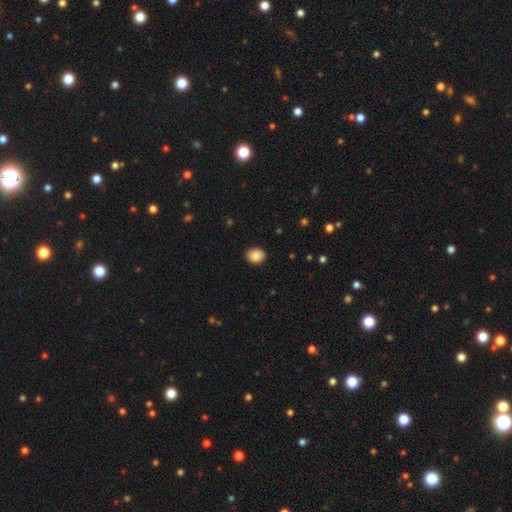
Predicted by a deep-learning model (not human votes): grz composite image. It shows a smooth galaxy with no disk features (88%) that is round (62%). Merging: none (88%).